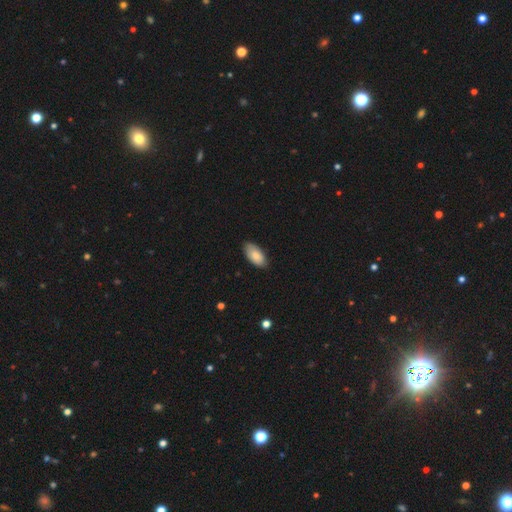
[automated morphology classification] Smooth or featured: smooth — 84% (featured or disk — 10%)
How rounded: in between — 94% (cigar-shaped — 4%)
Merging: none — 84% (minor disturbance — 13%)